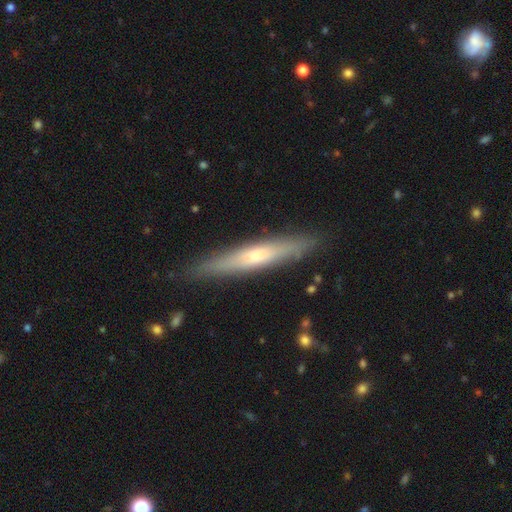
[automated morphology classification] Q: Smooth or featured?
A: featured or disk (52%); runner-up: smooth (42%)
Q: Edge-on disk?
A: yes (90%); runner-up: no (10%)
Q: Merging?
A: none (87%); runner-up: minor disturbance (10%)